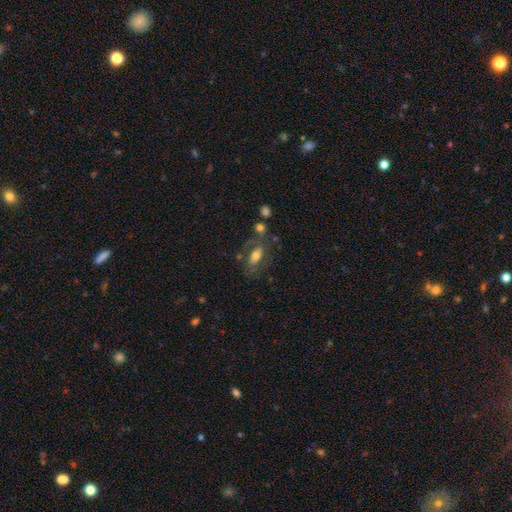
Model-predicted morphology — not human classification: This appears to be a smooth galaxy with no disk features (47%). Merging: none (51%).